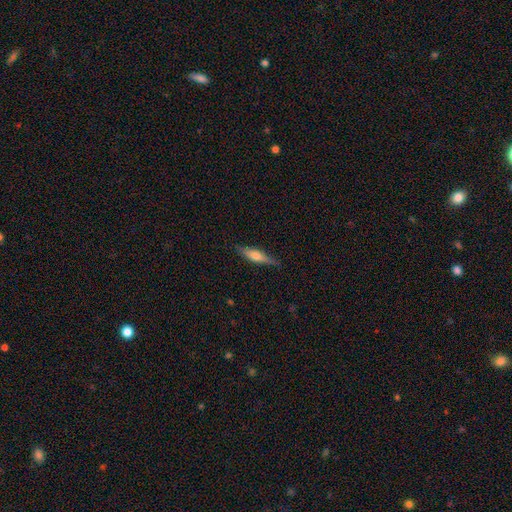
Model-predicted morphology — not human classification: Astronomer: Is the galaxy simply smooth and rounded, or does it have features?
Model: featured or disk — 48% (runner-up: smooth, 46%).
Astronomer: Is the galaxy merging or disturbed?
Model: none — 85%.